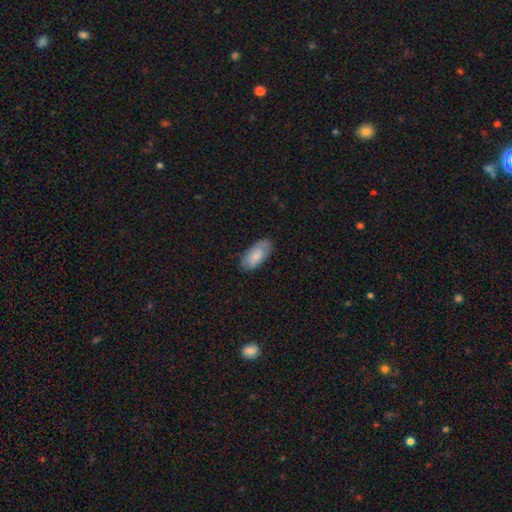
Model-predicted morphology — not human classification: smooth_or_featured: smooth (p=0.81) [alt: featured or disk p=0.13]
how_rounded: in between (p=0.92) [alt: cigar-shaped p=0.06]
merging: none (p=0.80) [alt: minor disturbance p=0.16]